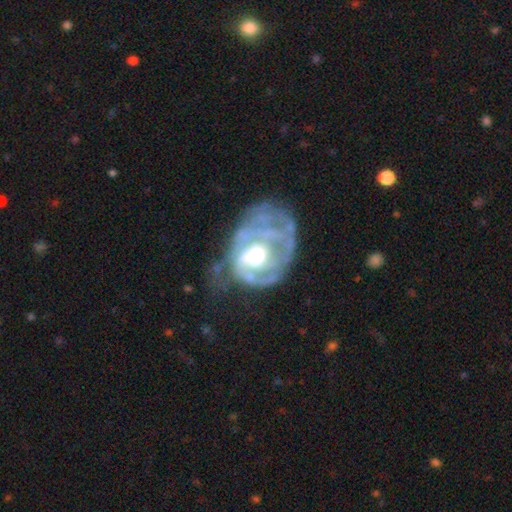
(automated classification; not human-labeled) The model was most divided on "merging": major disturbance: 36%, none: 34%, minor disturbance: 26%, merger: 4%. More confident: edge-on disk — no (97%); smooth or featured — featured or disk (78%); bar — no (70%); spiral arms — yes (63%); bulge size — moderate (56%).